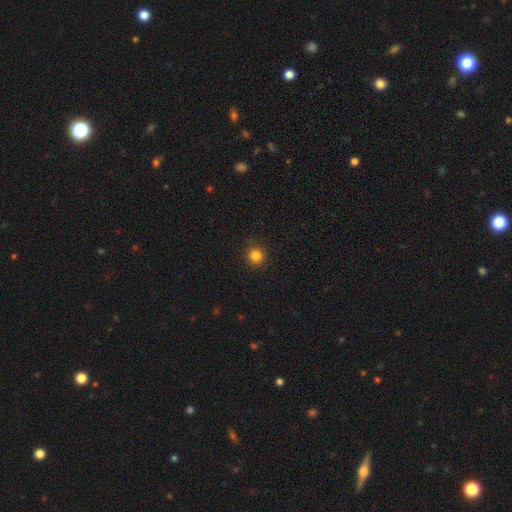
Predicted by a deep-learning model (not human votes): Smooth or featured? Predicted: smooth (p=0.83). How rounded? Predicted: round (p=0.94). Merging? Predicted: none (p=0.89).